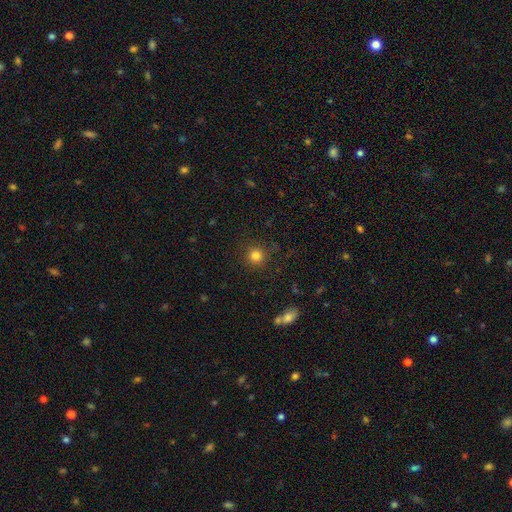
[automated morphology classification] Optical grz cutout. It shows a smooth galaxy with no disk features (81%) that is round (94%). Merging: none (89%).